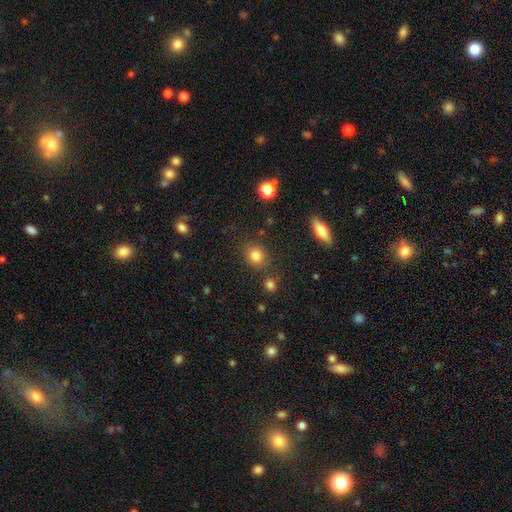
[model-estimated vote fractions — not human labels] Smooth or featured? smooth (82%)
How rounded? round (79%)
Merging? none (81%)